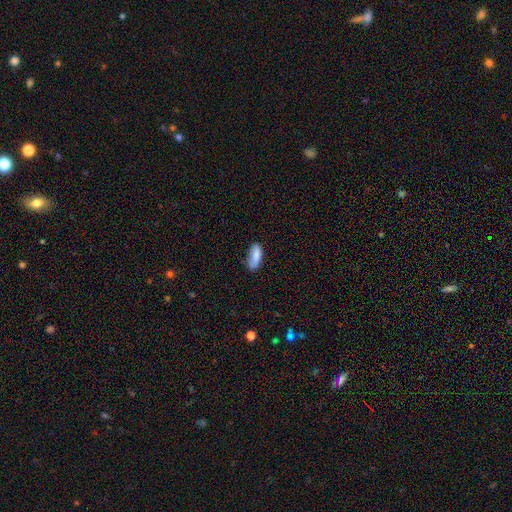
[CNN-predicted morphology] This is clearly a smooth galaxy (83%). How rounded: likely in between (75%). Merging: likely none (68%).